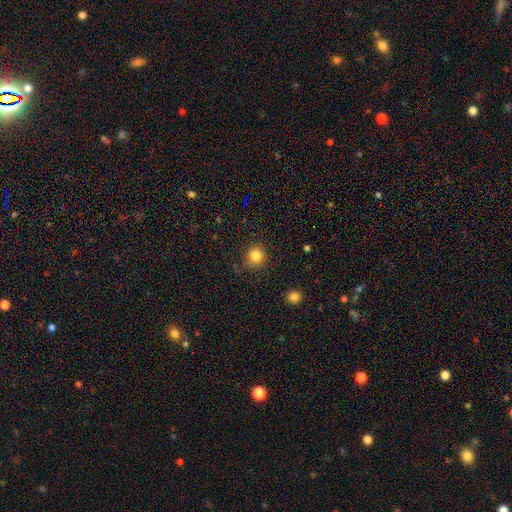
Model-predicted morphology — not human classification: smooth 82%, star or artifact 12%, featured or disk 5%. Down the decision tree: how rounded — round (88%); merging — none (83%).